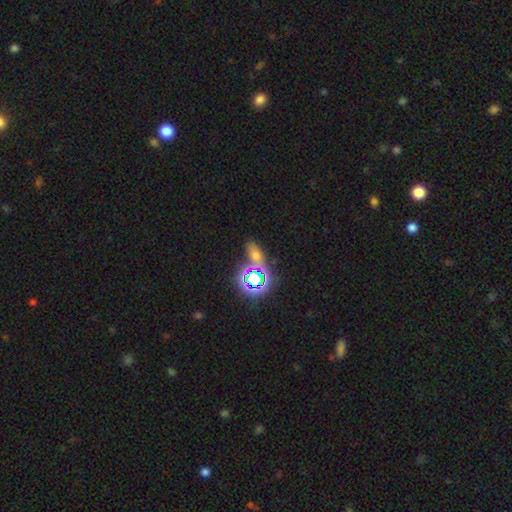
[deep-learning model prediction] A smooth galaxy with no disk features (44%, tied with star or artifact).

Vote fractions:
- Smooth or featured? smooth: 44% (tied) / star or artifact: 44% (tied) / featured or disk: 11%
- Merging? none: 62% / merger: 18% / minor disturbance: 13% / major disturbance: 7%